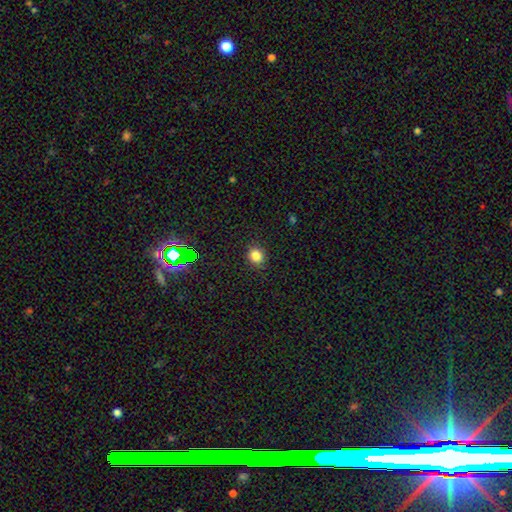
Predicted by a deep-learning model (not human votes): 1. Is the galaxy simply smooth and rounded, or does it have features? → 81% smooth, 14% star or artifact, 5% featured or disk.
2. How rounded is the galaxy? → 79% round, 20% in between, 1% cigar-shaped.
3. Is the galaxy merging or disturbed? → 87% none, 9% minor disturbance, 3% major disturbance, 1% merger.